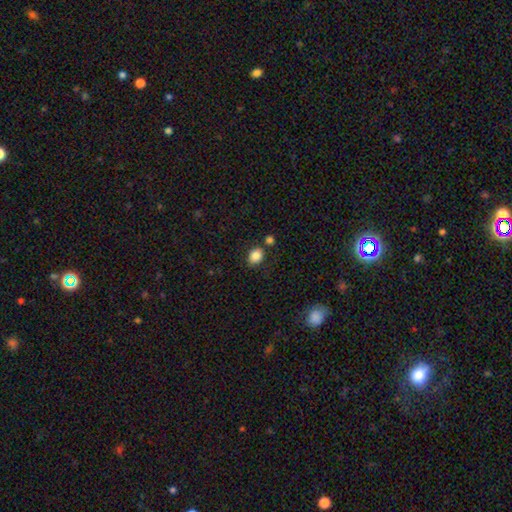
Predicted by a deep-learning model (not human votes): Smooth or featured?
  - smooth: 85% *
  - star or artifact: 9%
  - featured or disk: 6%
How rounded?
  - in between: 61% *
  - round: 38%
  - cigar-shaped: 1%
Merging?
  - none: 76% *
  - minor disturbance: 11%
  - merger: 10%
  - major disturbance: 3%